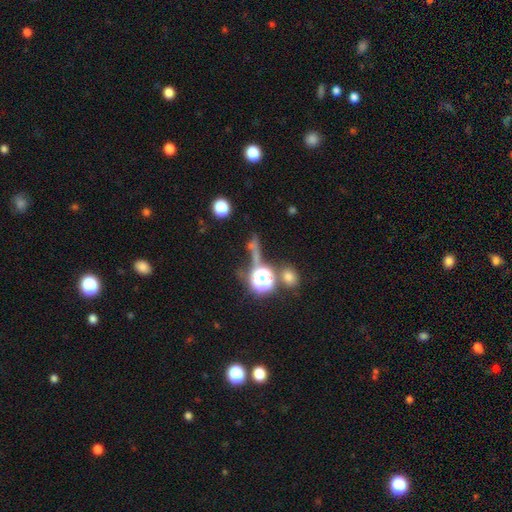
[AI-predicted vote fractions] Q: Smooth or featured?
A: star or artifact (51%); runner-up: smooth (32%)